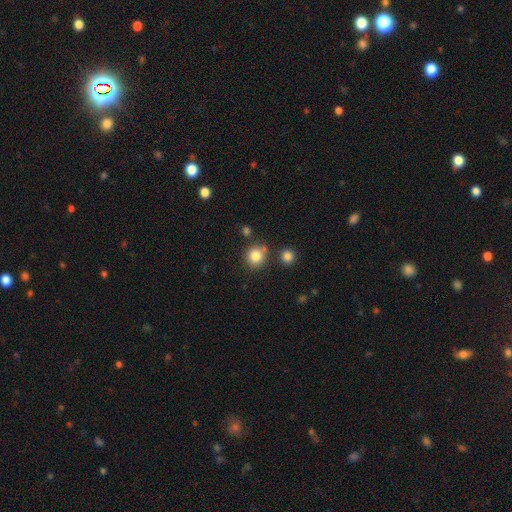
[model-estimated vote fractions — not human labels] Q: Smooth or featured?
A: smooth (83%); runner-up: star or artifact (11%)
Q: How rounded?
A: round (89%); runner-up: in between (11%)
Q: Merging?
A: none (76%); runner-up: minor disturbance (10%)